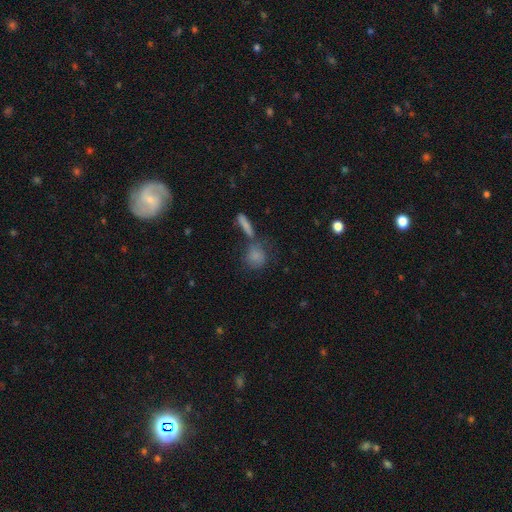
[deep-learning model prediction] Overall: smooth (79%). How rounded: round (67%). Merging: none (49%; merger 31%).